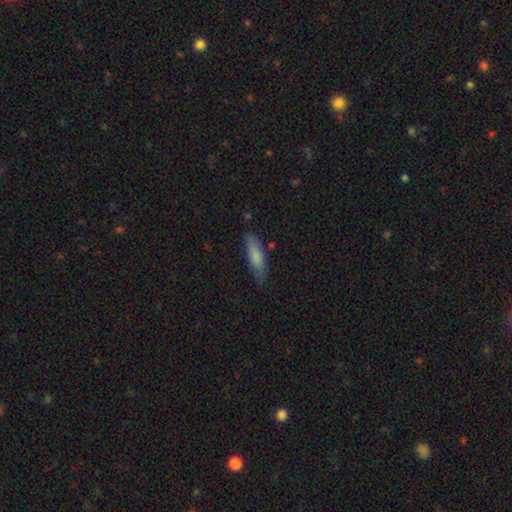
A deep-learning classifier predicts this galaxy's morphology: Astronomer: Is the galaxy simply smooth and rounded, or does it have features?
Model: smooth — 80%.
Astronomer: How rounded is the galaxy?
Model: cigar-shaped — 58% (runner-up: in between, 40%).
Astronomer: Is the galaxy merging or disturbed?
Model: none — 74%.